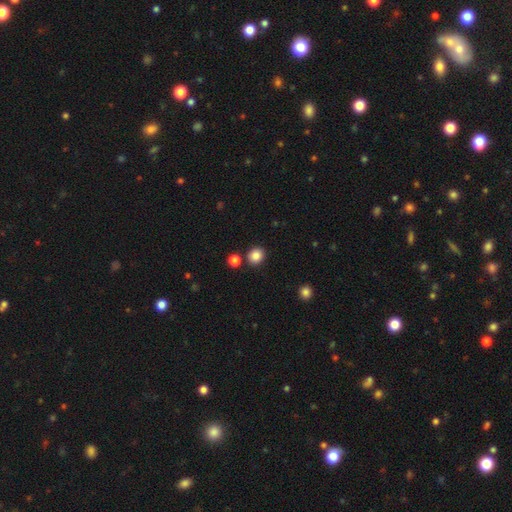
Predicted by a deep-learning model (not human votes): Smooth or featured: smooth — 86% (star or artifact — 10%)
How rounded: round — 78% (in between — 21%)
Merging: none — 83% (minor disturbance — 8%)